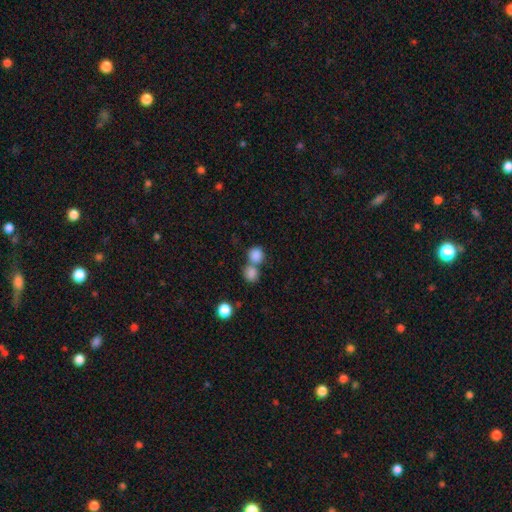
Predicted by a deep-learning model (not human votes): This is clearly a smooth galaxy (84%). How rounded: clearly round (85%). Merging: possibly merger (47%).